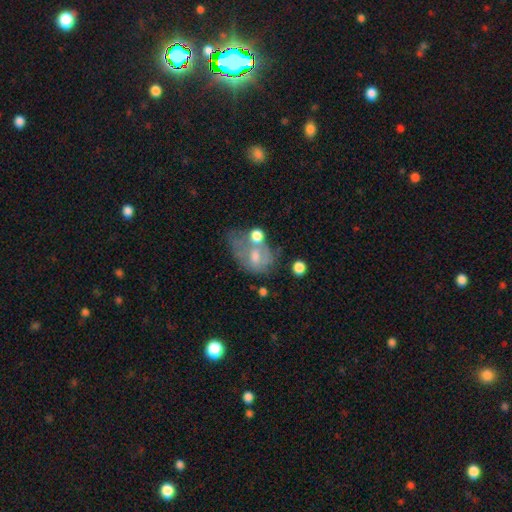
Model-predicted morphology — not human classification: Q: Smooth or featured?
A: featured or disk (49%); runner-up: smooth (38%)
Q: Merging?
A: major disturbance (28%); runner-up: none (26%)